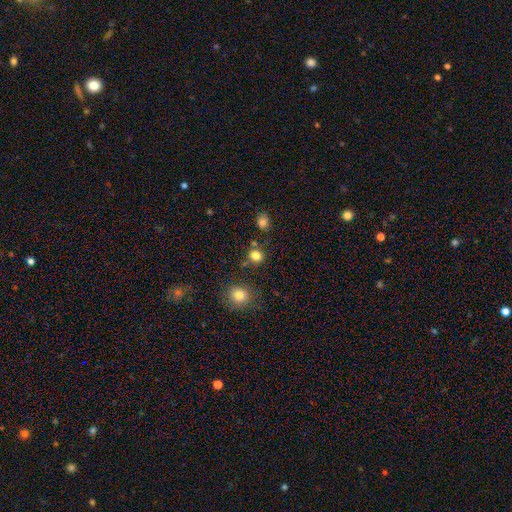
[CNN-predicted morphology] This is clearly a smooth galaxy (81%). How rounded: likely round (79%). Merging: likely none (78%).